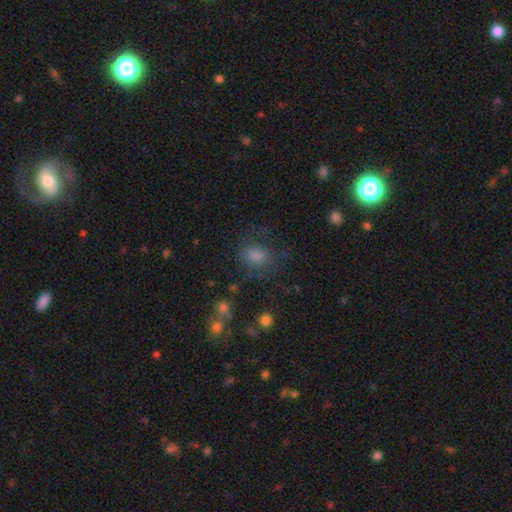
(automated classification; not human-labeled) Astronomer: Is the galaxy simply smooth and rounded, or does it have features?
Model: smooth — 68%.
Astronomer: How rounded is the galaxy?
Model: round — 49%, tied with in between at 49%.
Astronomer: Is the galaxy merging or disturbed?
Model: none — 68%.